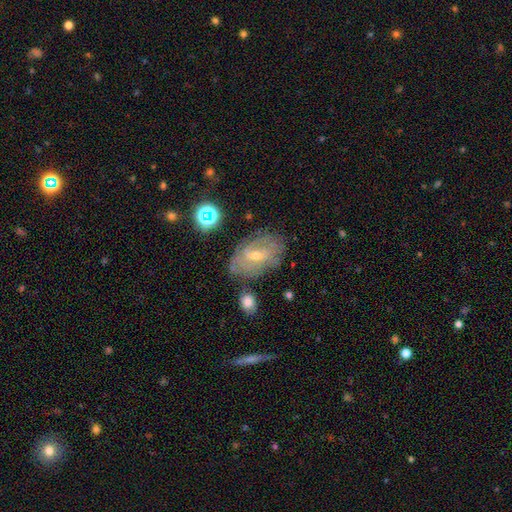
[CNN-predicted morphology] Q: Smooth or featured?
A: featured or disk (74%); runner-up: smooth (16%)
Q: Edge-on disk?
A: no (95%); runner-up: yes (5%)
Q: Bar?
A: weak (50%); runner-up: no (33%)
Q: Spiral arms?
A: yes (84%); runner-up: no (16%)
Q: Spiral winding?
A: tight (64%); runner-up: medium (27%)
Q: Spiral arm count?
A: can't tell (52%); runner-up: 2 (21%)
Q: Bulge size?
A: small (58%); runner-up: moderate (39%)
Q: Merging?
A: none (72%); runner-up: minor disturbance (18%)